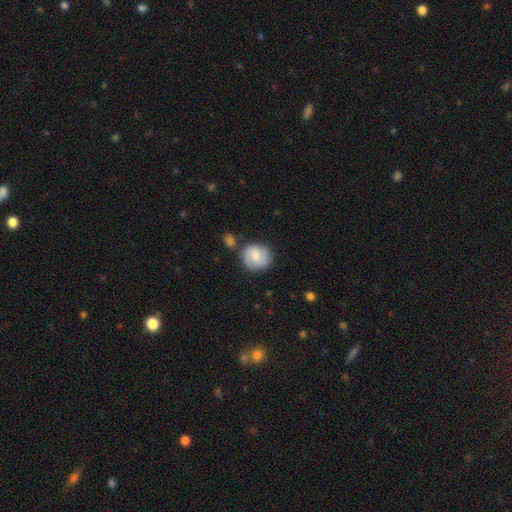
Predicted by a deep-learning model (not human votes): Morphology: type=smooth (57%); roundness=round (85%); merging=none (70%).